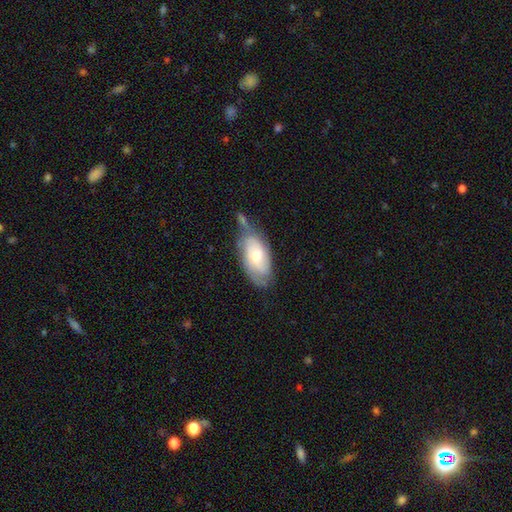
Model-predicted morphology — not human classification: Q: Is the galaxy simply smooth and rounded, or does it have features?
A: featured or disk — 50%.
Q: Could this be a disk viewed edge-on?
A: no — 90%.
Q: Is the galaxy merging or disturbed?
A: none — 45%.